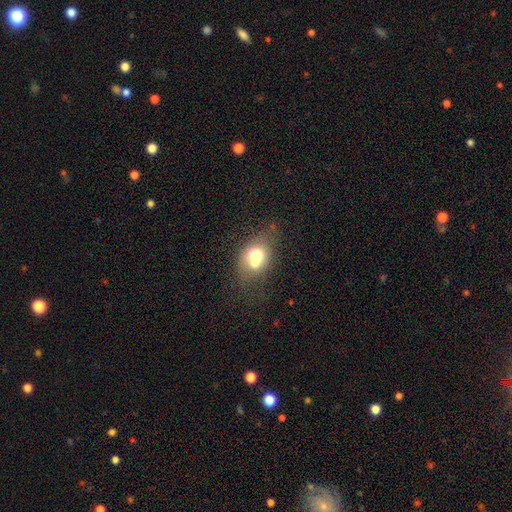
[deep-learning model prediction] smooth-or-featured: smooth: 64% | featured or disk: 26% | star or artifact: 10%
  how-rounded: in between: 55% | round: 44% | cigar-shaped: 2%
  merging: merger: 48% | none: 34% | minor disturbance: 13% | major disturbance: 6%